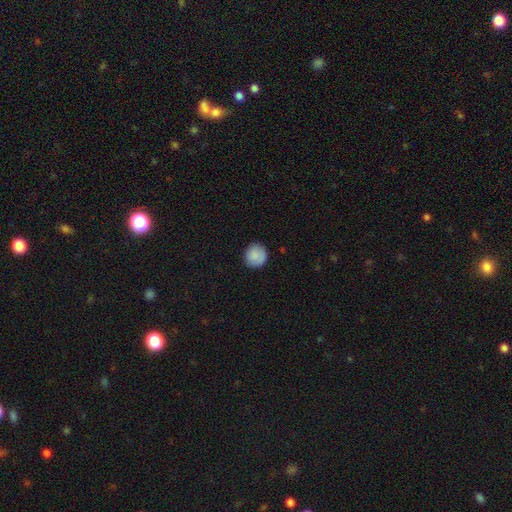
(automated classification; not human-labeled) Morphology: type=smooth (85%); roundness=round (91%); merging=none (85%).